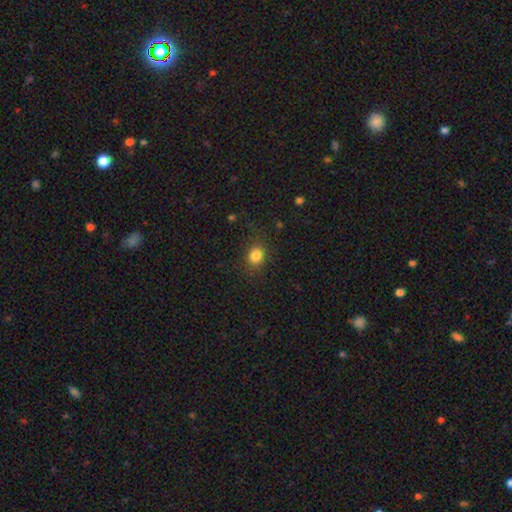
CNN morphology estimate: smooth-or-featured: smooth: 83% | star or artifact: 12% | featured or disk: 5%
  how-rounded: round: 67% | in between: 32% | cigar-shaped: 1%
  merging: none: 83% | minor disturbance: 12% | major disturbance: 4% | merger: 1%